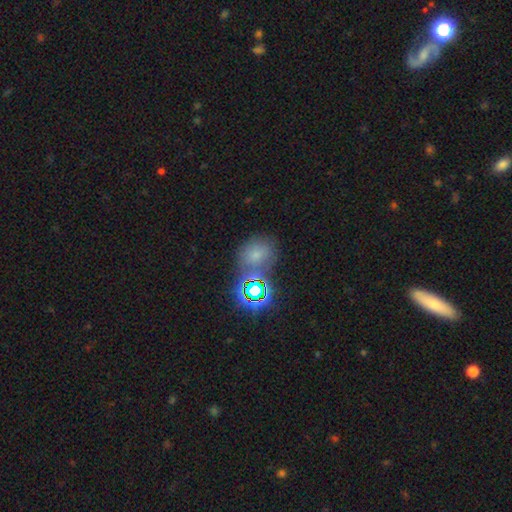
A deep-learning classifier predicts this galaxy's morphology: Overall: smooth (52%; star or artifact 35%). How rounded: round (58%; in between 41%). Merging: none (57%; merger 19%).